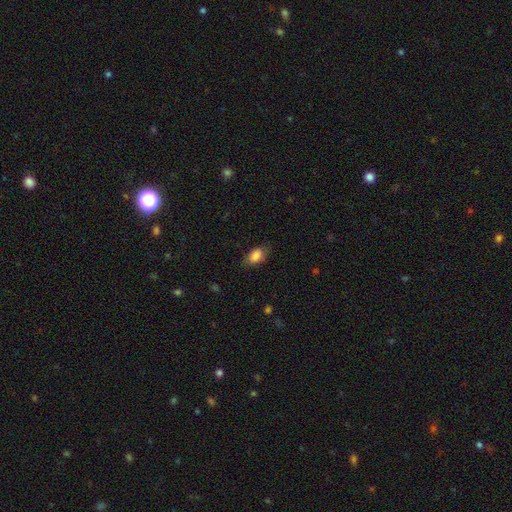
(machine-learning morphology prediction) Q: Smooth or featured?
A: smooth (84%); runner-up: featured or disk (8%)
Q: How rounded?
A: in between (90%); runner-up: round (7%)
Q: Merging?
A: none (75%); runner-up: minor disturbance (19%)